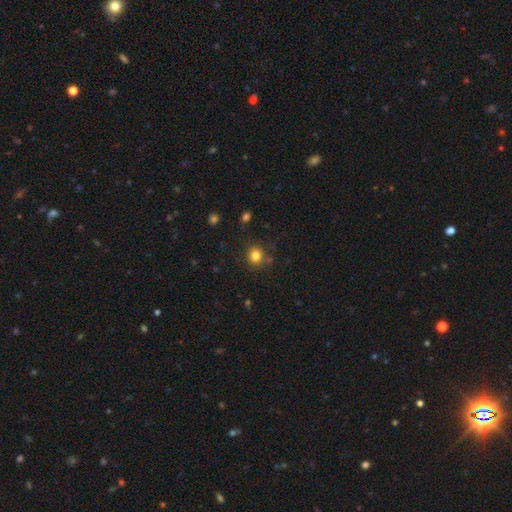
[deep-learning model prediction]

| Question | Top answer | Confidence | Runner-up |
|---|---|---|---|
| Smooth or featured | smooth | 81% | star or artifact (13%) |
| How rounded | round | 89% | in between (10%) |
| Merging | none | 82% | minor disturbance (11%) |